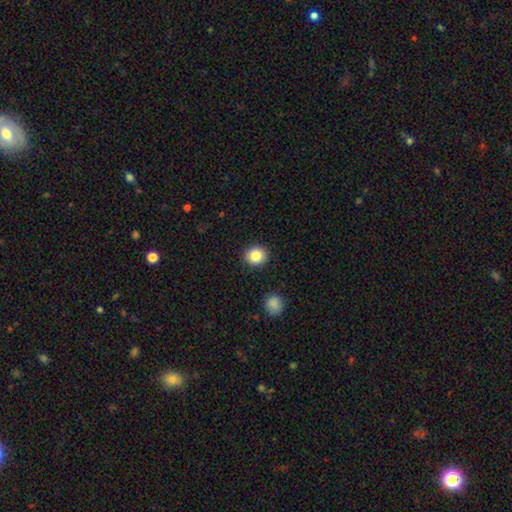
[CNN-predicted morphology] Smooth or featured? Predicted: smooth (p=0.84). How rounded? Predicted: round (p=0.88). Merging? Predicted: none (p=0.91).